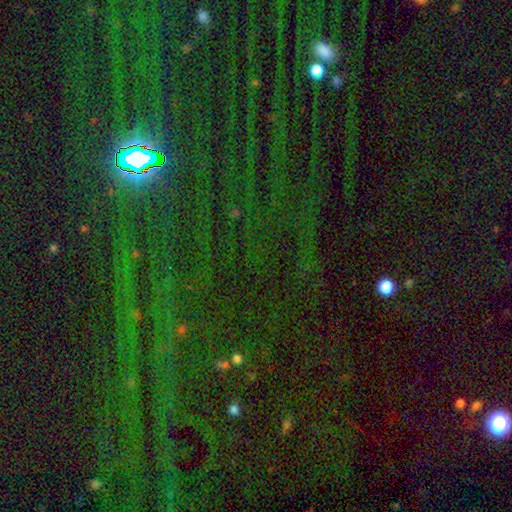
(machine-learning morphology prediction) smooth_or_featured: star or artifact (p=0.81) [alt: smooth p=0.11]